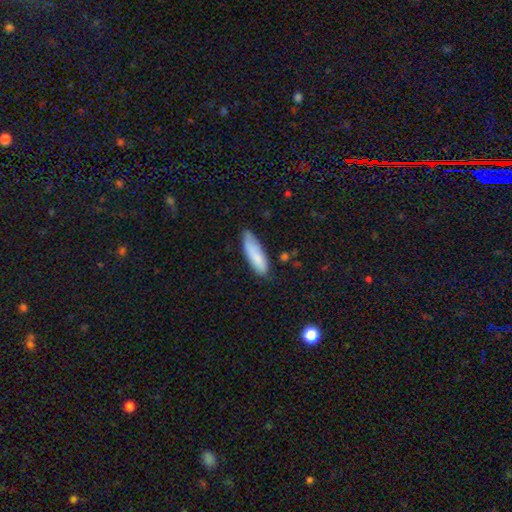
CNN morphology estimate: Q: Smooth or featured?
A: smooth (84%); runner-up: featured or disk (10%)
Q: How rounded?
A: cigar-shaped (53%); runner-up: in between (46%)
Q: Merging?
A: none (67%); runner-up: minor disturbance (27%)